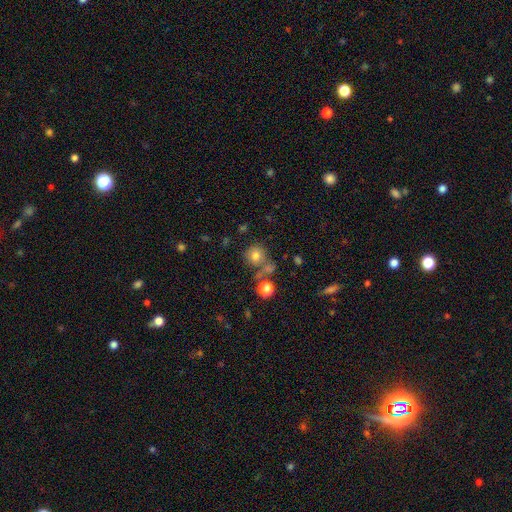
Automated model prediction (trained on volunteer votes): Overall: smooth (75%). How rounded: round (88%). Merging: none (62%).